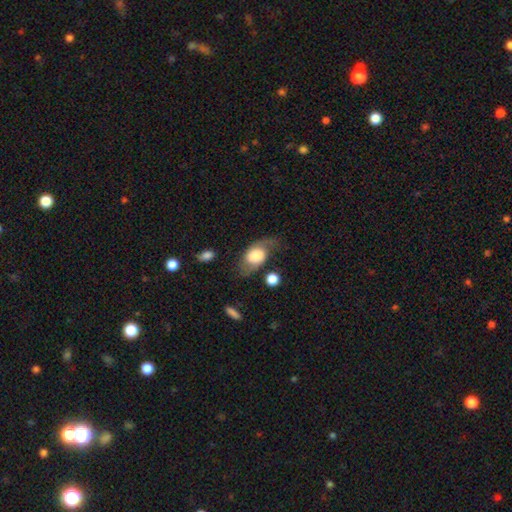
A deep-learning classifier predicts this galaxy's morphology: smooth_or_featured: featured or disk (p=0.48) [alt: smooth p=0.44]
merging: none (p=0.55) [alt: minor disturbance p=0.24]